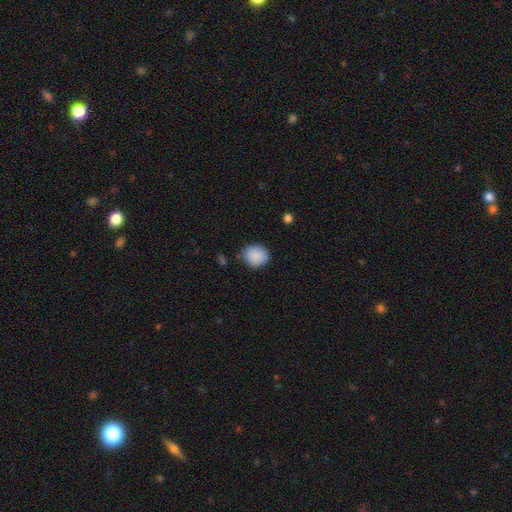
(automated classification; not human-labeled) Smooth or featured?
  - smooth: 89% *
  - star or artifact: 8%
  - featured or disk: 3%
How rounded?
  - round: 77% *
  - in between: 22%
  - cigar-shaped: 1%
Merging?
  - none: 82% *
  - minor disturbance: 13%
  - major disturbance: 3%
  - merger: 2%